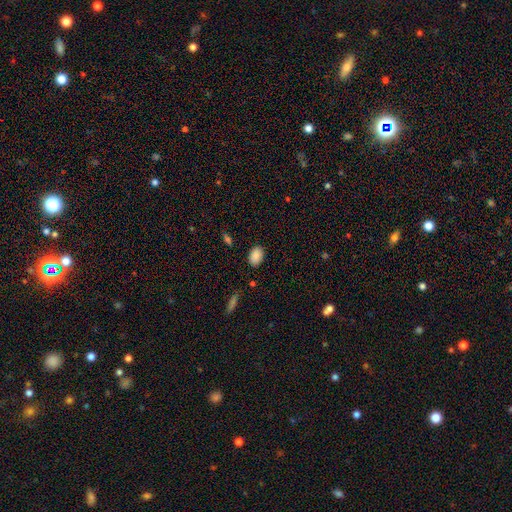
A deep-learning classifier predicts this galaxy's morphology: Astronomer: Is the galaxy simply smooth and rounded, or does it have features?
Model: smooth — 88%.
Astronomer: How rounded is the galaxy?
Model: in between — 86%.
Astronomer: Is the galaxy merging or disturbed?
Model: none — 86%.